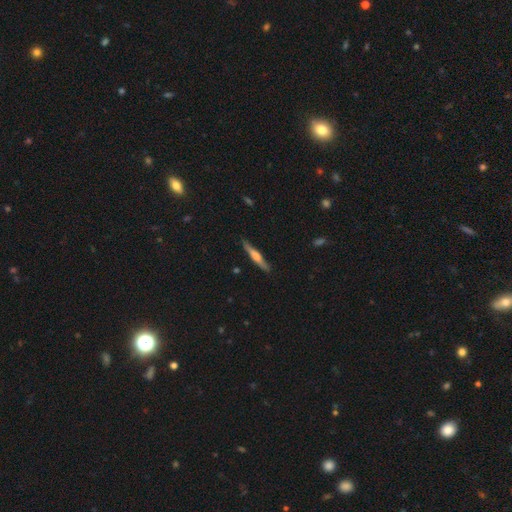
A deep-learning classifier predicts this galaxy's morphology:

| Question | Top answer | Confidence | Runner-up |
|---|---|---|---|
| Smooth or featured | featured or disk | 60% | smooth (35%) |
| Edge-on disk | yes | 97% | no (3%) |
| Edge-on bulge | rounded | 76% | boxy (13%) |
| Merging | none | 88% | minor disturbance (9%) |